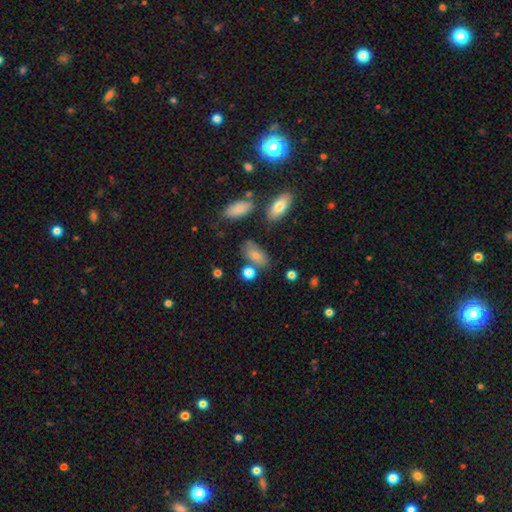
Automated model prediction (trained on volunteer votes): The model was most divided on "merging": none: 63%, minor disturbance: 19%, merger: 11%, major disturbance: 6%. More confident: how rounded — in between (87%); smooth or featured — smooth (76%).